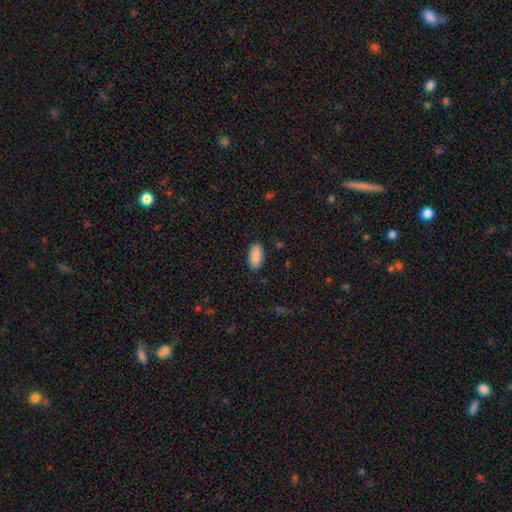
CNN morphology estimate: This appears to be a smooth galaxy with no disk features (89%) that is in between round and cigar-shaped (93%). Merging: none (87%).